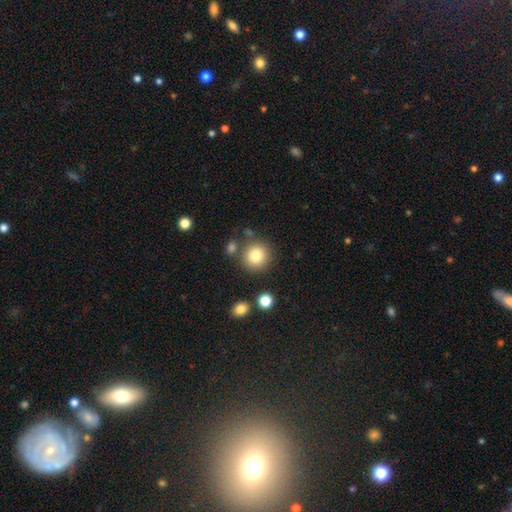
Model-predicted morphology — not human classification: smooth_or_featured: smooth (p=0.82) [alt: star or artifact p=0.10]
how_rounded: round (p=0.92) [alt: in between p=0.07]
merging: none (p=0.80) [alt: minor disturbance p=0.09]